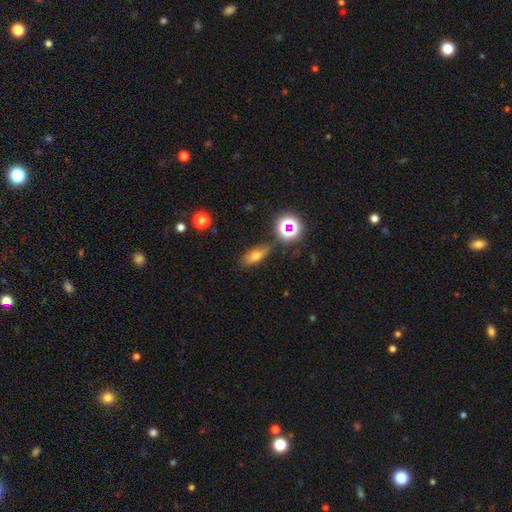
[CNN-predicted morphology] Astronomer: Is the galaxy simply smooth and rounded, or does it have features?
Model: smooth — 62%.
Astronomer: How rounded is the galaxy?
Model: in between — 67%.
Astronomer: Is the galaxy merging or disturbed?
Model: none — 77%.